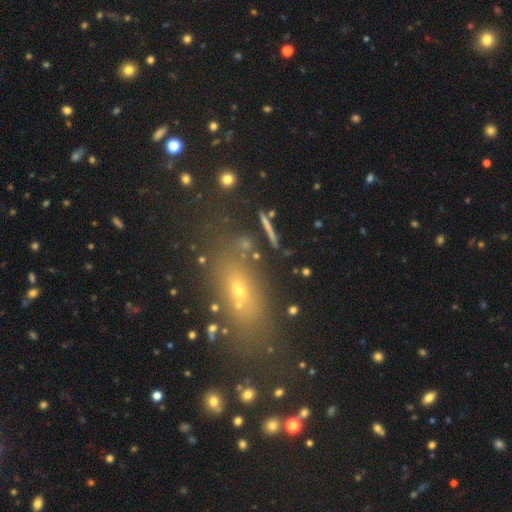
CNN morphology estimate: smooth-or-featured: smooth: 52% | star or artifact: 27% | featured or disk: 21%
  how-rounded: in between: 64% | cigar-shaped: 22% | round: 13%
  merging: none: 74% | minor disturbance: 13% | major disturbance: 7% | merger: 6%